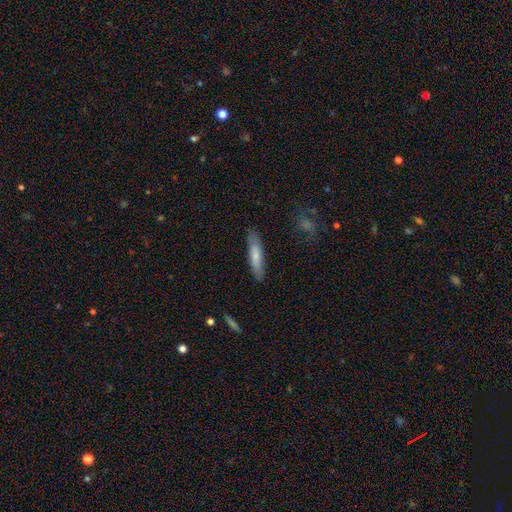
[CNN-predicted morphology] Smooth or featured?
  - smooth: 74% *
  - featured or disk: 20%
  - star or artifact: 6%
How rounded?
  - cigar-shaped: 82% *
  - in between: 17%
  - round: 1%
Merging?
  - none: 86% *
  - minor disturbance: 11%
  - major disturbance: 2%
  - merger: 1%